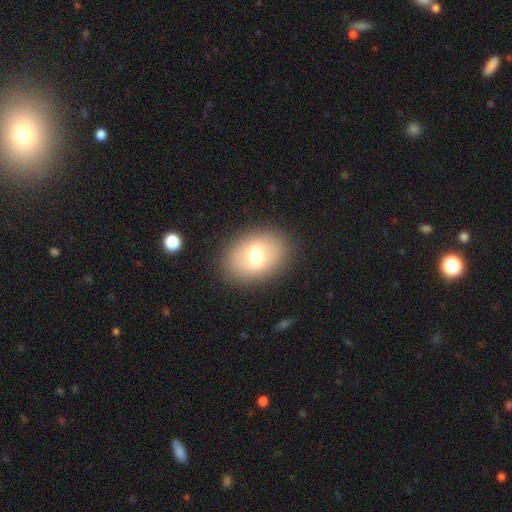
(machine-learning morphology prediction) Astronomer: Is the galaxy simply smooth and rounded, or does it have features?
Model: smooth — 69%.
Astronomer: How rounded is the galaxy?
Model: in between — 69%.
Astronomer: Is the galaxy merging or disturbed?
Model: none — 87%.